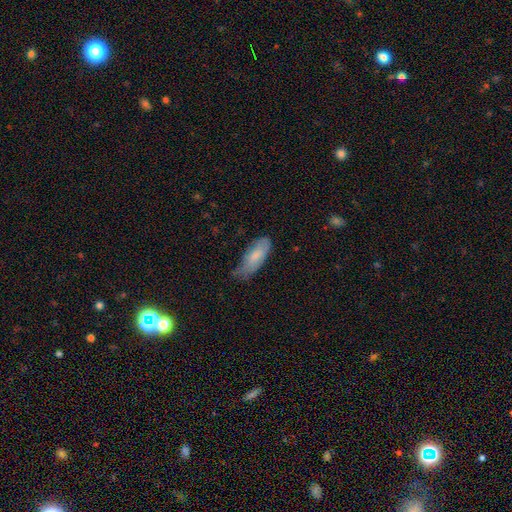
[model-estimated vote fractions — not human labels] smooth-or-featured: smooth: 77% | featured or disk: 17% | star or artifact: 6%
  how-rounded: in between: 74% | cigar-shaped: 24% | round: 2%
  merging: none: 46% | minor disturbance: 41% | major disturbance: 11% | merger: 2%